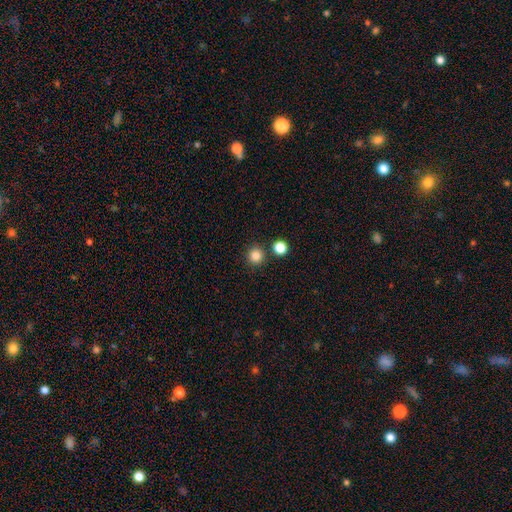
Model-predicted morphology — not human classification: This appears to be a smooth galaxy with no disk features (84%) that is round (94%). Merging: none (86%).